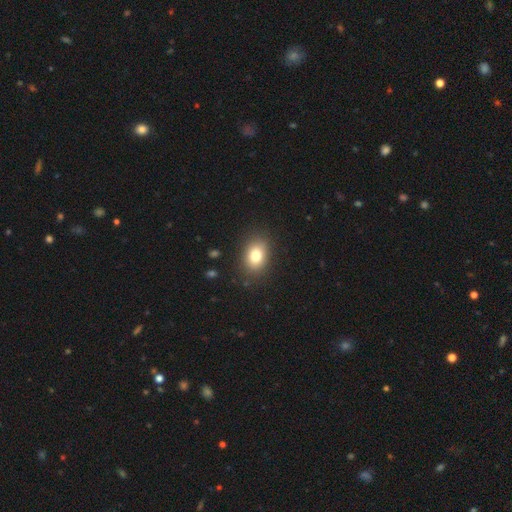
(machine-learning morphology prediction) Smooth or featured? smooth (80%)
How rounded? in between (73%)
Merging? none (86%)